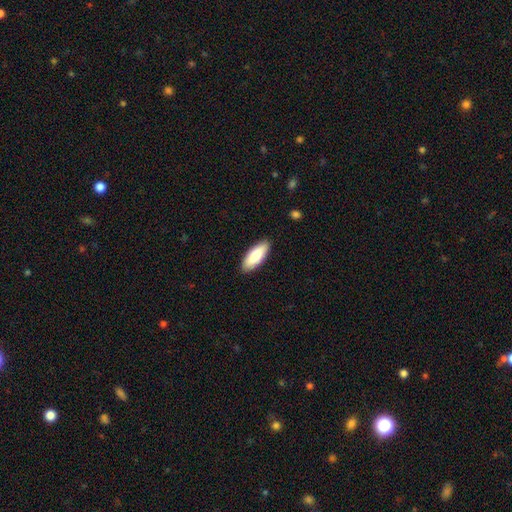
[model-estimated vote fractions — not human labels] This appears to be a smooth galaxy with no disk features (85%) that is in between round and cigar-shaped (76%). Merging: none (89%).